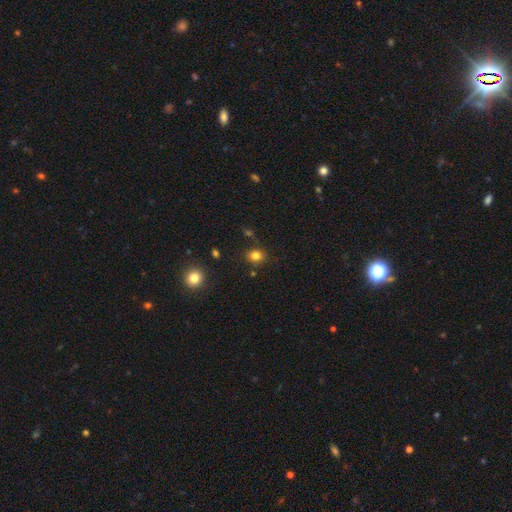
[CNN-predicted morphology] Smooth or featured: smooth — 81% (star or artifact — 13%)
How rounded: round — 65% (in between — 34%)
Merging: none — 82% (minor disturbance — 12%)